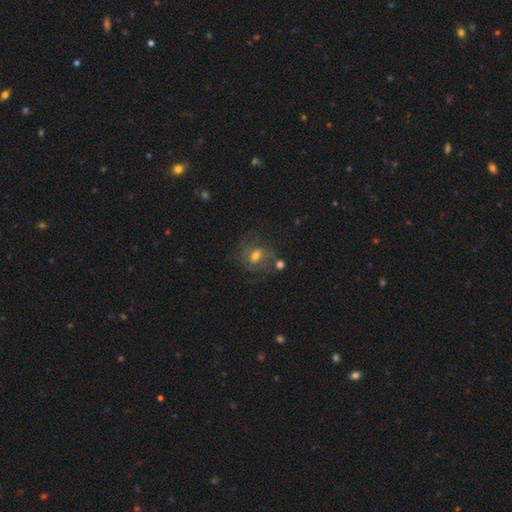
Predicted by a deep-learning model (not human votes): Overall: featured or disk (56%; smooth 30%). Edge-on disk: no (96%). Bar: weak (49%; no 40%). Spiral arms: yes (79%). Bulge size: moderate (60%; small 23%). Merging: none (60%).